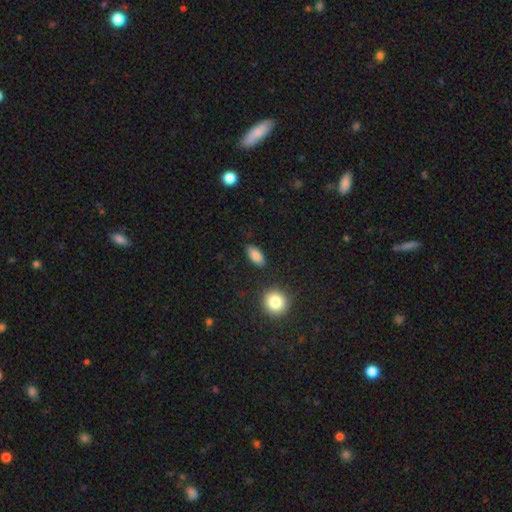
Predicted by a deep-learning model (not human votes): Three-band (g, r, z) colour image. It shows a smooth galaxy with no disk features (86%) that is in between round and cigar-shaped (87%). Merging: none (85%).